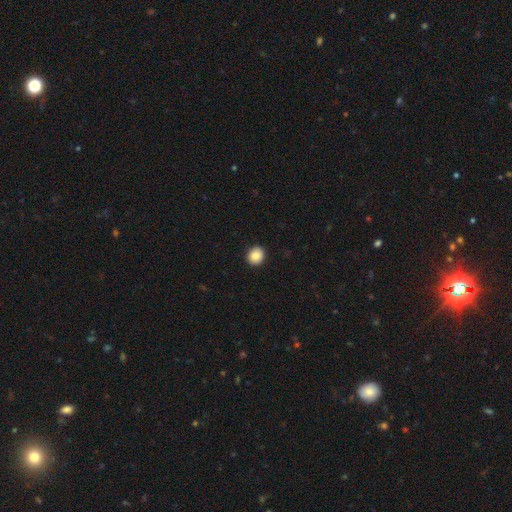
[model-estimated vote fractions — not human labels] A smooth galaxy with no disk features (88%) that is round (76%). Merging: none (91%).